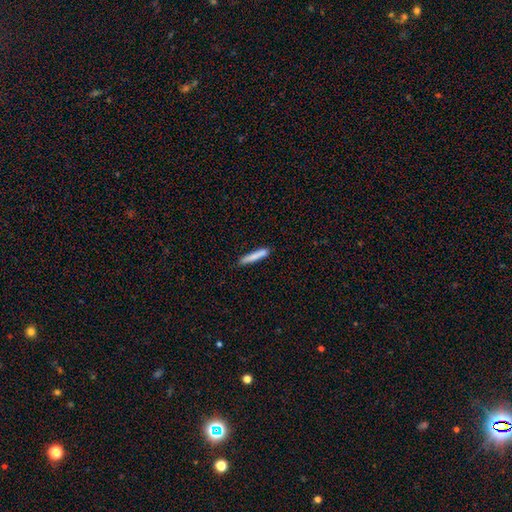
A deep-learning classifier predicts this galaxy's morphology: Smooth or featured? Predicted: smooth (p=0.81). How rounded? Predicted: cigar-shaped (p=0.94). Merging? Predicted: none (p=0.86).